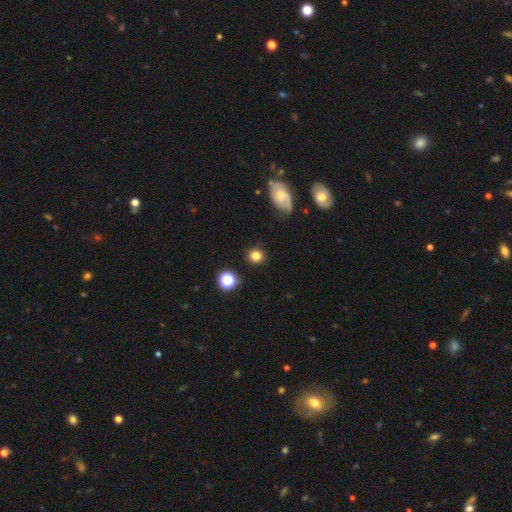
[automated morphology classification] smooth 82%, star or artifact 12%, featured or disk 6%. Down the decision tree: how rounded — round (90%); merging — none (88%).